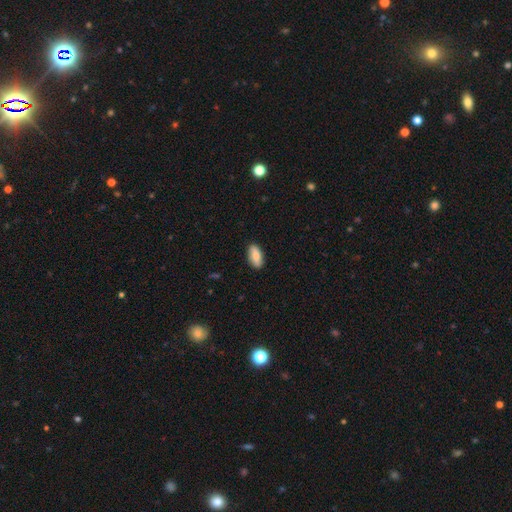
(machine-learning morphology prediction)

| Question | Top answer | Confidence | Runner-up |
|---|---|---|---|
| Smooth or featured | smooth | 78% | featured or disk (16%) |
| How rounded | in between | 87% | cigar-shaped (10%) |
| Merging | none | 87% | minor disturbance (10%) |